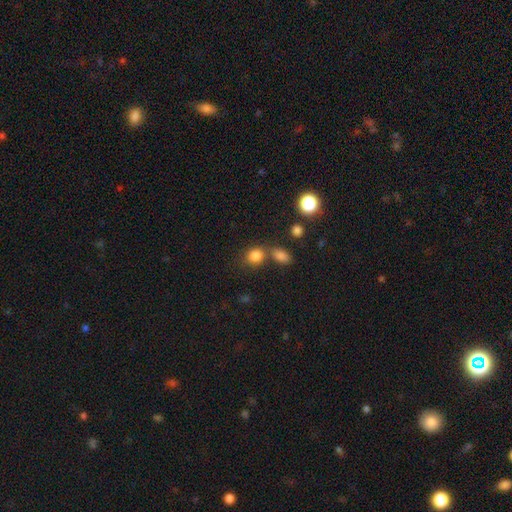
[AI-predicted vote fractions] smooth 82%, star or artifact 12%, featured or disk 5%. Down the decision tree: how rounded — round (67%); merging — none (60%).